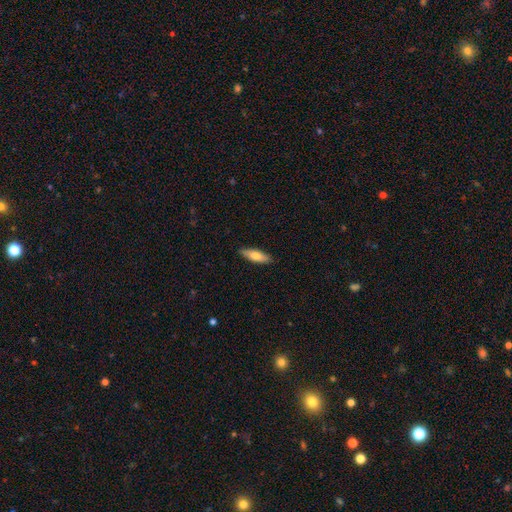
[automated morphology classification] type=smooth (72%); roundness=cigar-shaped (51%); merging=none (88%).